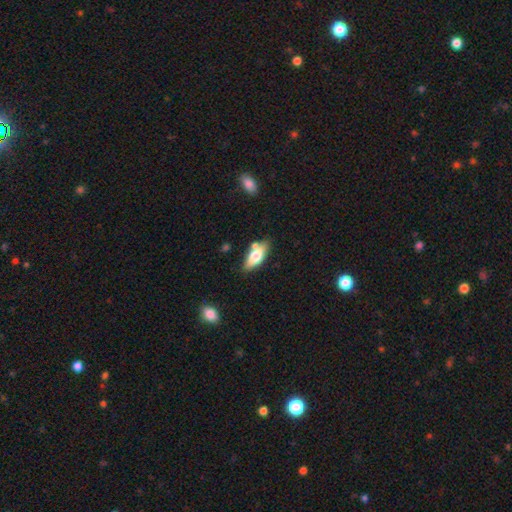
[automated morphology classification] The model was most divided on "smooth or featured": smooth: 63%, featured or disk: 30%, star or artifact: 7%. More confident: how rounded — in between (72%); merging — none (71%).